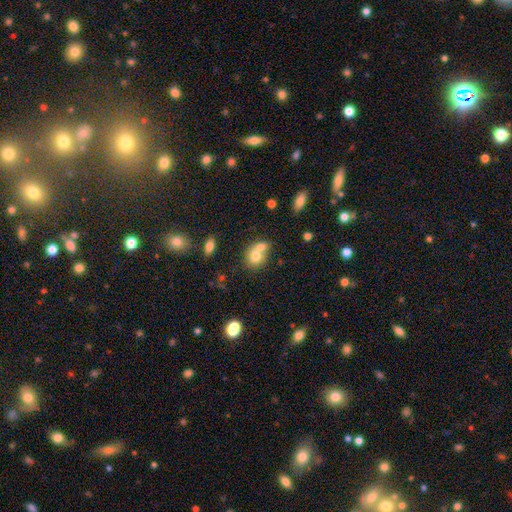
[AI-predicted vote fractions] Morphology: type=smooth (73%); roundness=round (64%); merging=merger (59%).